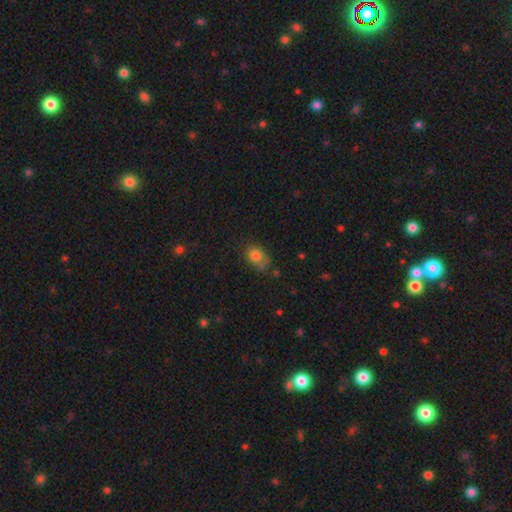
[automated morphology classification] smooth_or_featured: smooth (p=0.79) [alt: star or artifact p=0.12]
how_rounded: in between (p=0.56) [alt: round p=0.43]
merging: none (p=0.54) [alt: minor disturbance p=0.27]